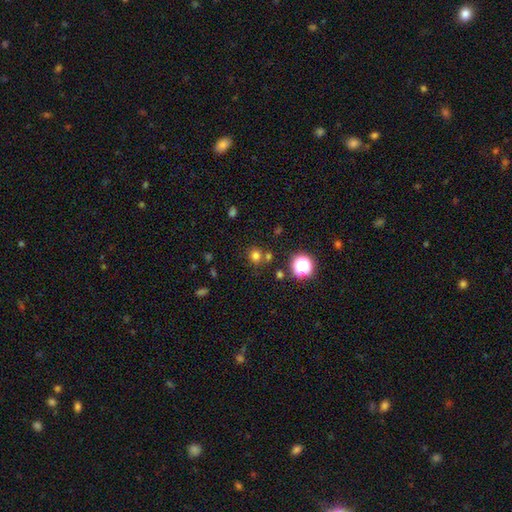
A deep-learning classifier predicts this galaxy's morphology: This is likely a smooth galaxy (72%). How rounded: clearly round (88%). Merging: likely none (74%).